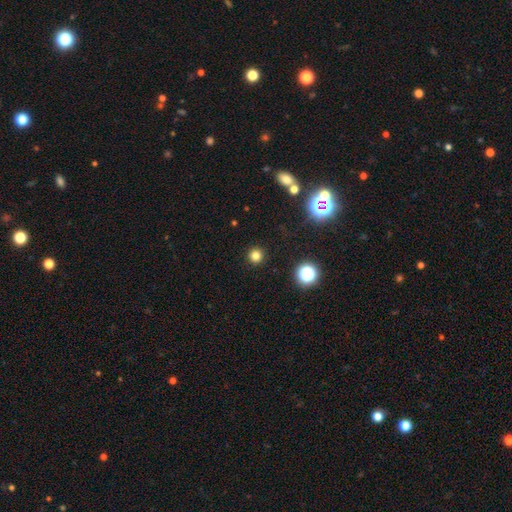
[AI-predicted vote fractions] This appears to be a smooth galaxy with no disk features (79%) that is round (96%). Merging: none (93%).